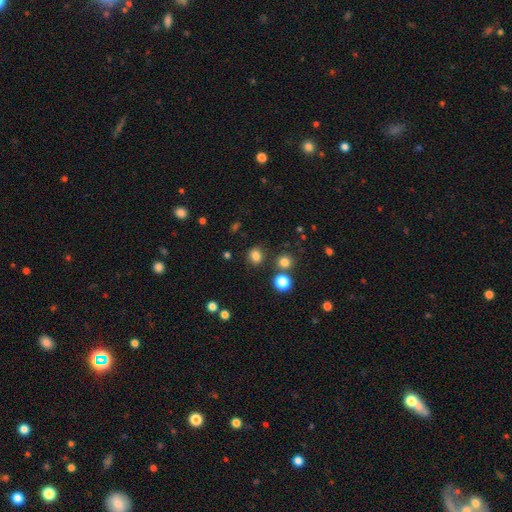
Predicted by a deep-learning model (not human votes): Overall: smooth (81%). How rounded: round (74%). Merging: none (83%).